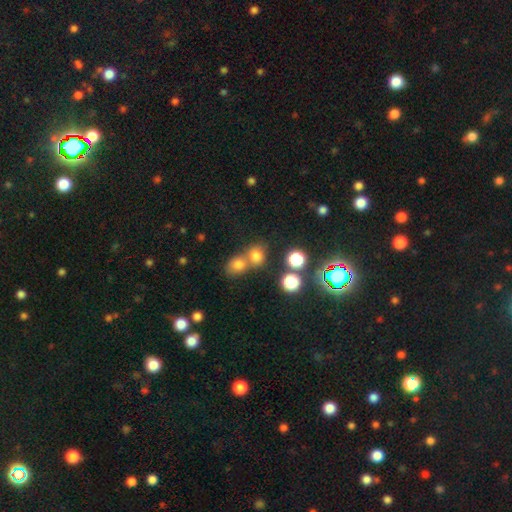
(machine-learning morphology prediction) A smooth galaxy with no disk features (73%) that is round (76%).

Vote fractions:
- Smooth or featured? smooth: 73% / star or artifact: 18% / featured or disk: 8%
- How rounded? round: 76% / in between: 22% / cigar-shaped: 1%
- Merging? none: 49% / merger: 40% / minor disturbance: 8% / major disturbance: 4%